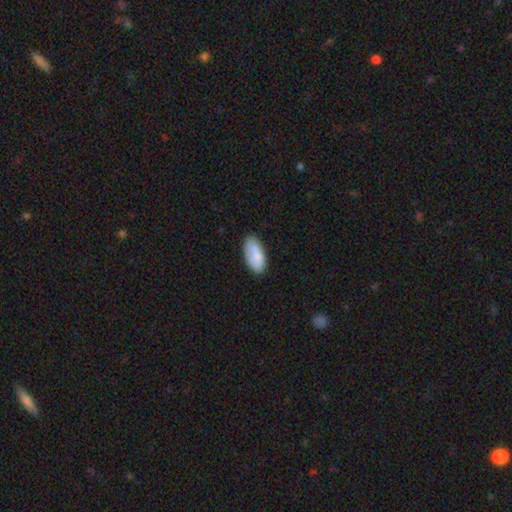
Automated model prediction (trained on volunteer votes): A smooth galaxy with no disk features (83%) that is in between round and cigar-shaped (92%). Merging: none (78%).